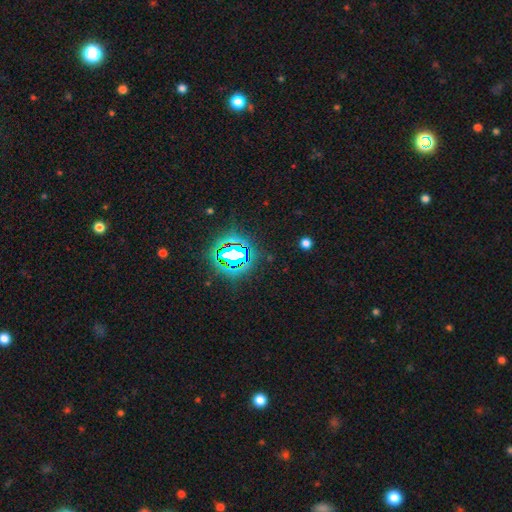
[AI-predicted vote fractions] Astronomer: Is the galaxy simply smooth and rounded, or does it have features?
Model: star or artifact — 80%.